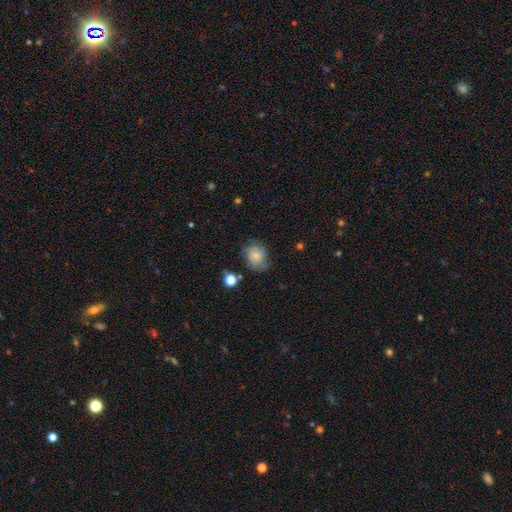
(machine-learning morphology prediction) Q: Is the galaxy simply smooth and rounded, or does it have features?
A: smooth — 71%.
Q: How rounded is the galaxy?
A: round — 58%.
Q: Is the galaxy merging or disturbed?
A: none — 62%.